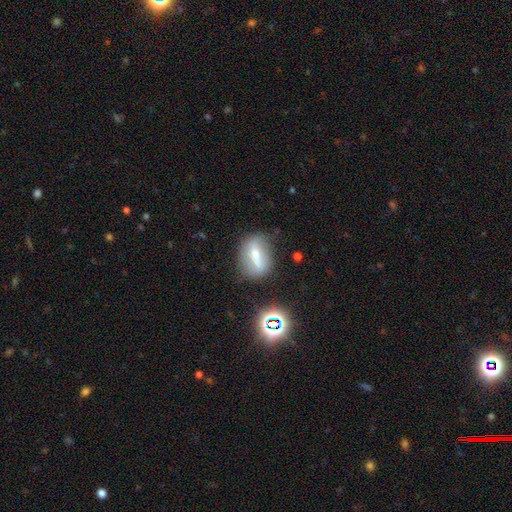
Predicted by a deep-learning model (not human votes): The model was most divided on "smooth or featured": featured or disk: 47%, smooth: 41%, star or artifact: 12%. More confident: merging — none (71%).